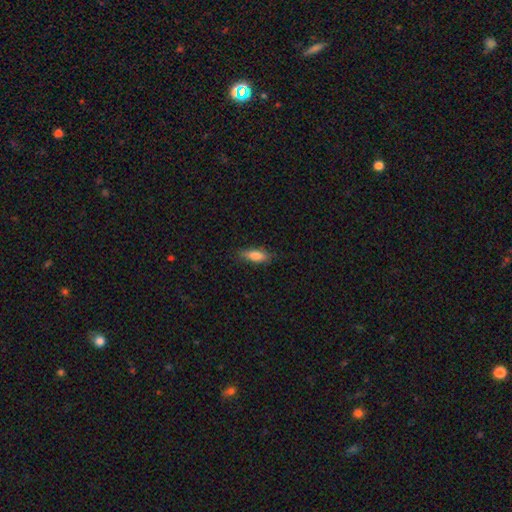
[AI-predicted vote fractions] Smooth or featured? smooth (79%)
How rounded? in between (58%)
Merging? none (81%)